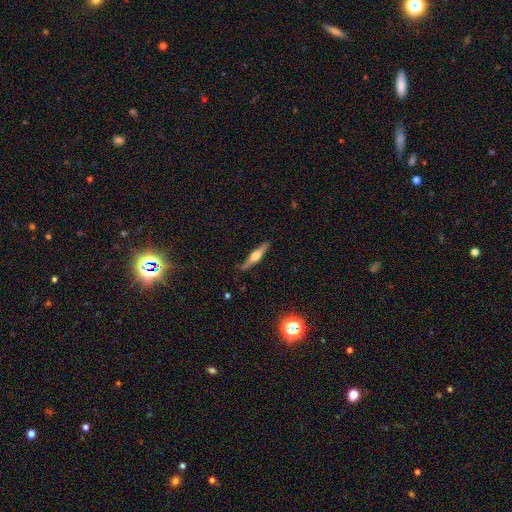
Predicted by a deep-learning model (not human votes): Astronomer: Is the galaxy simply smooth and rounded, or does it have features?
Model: featured or disk — 64%.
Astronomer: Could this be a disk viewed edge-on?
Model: yes — 96%.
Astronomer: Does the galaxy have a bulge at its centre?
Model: rounded — 91%.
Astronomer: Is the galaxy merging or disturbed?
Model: none — 87%.